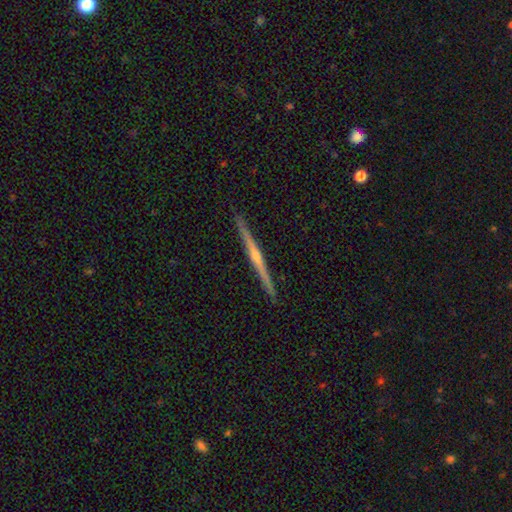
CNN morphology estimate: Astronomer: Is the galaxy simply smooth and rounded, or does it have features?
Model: featured or disk — 84%.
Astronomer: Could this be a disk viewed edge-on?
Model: yes — 99%.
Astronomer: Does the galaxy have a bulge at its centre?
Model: rounded — 83%.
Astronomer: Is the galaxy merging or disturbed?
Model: none — 93%.